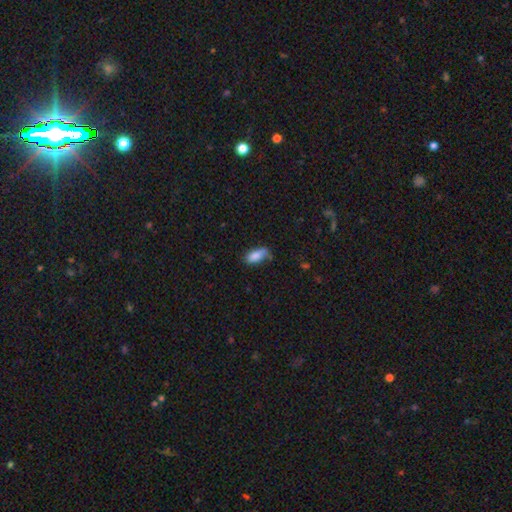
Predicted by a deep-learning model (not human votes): This appears to be a smooth galaxy with no disk features (84%) that is in between round and cigar-shaped (80%). Merging: none (58%).